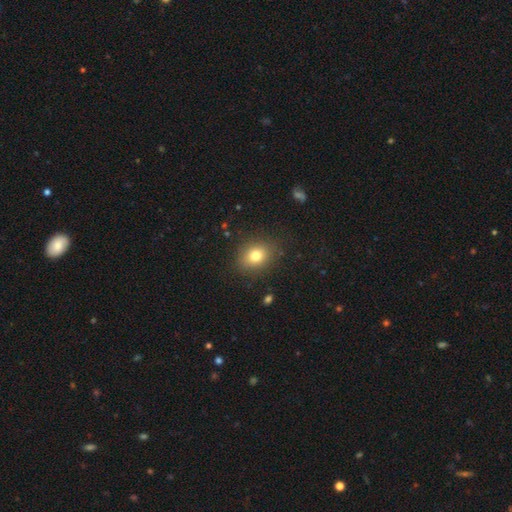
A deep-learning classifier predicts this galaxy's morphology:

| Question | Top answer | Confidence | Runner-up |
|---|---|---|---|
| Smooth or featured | smooth | 78% | star or artifact (12%) |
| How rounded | round | 50% | in between (49%) |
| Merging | none | 86% | minor disturbance (10%) |